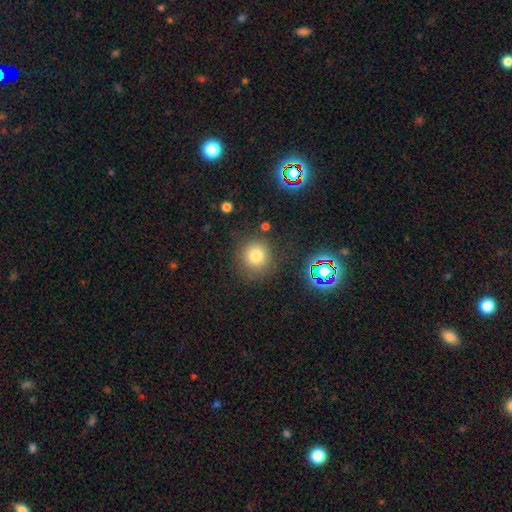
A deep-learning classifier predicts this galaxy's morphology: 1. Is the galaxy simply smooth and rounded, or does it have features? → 77% smooth, 15% star or artifact, 7% featured or disk.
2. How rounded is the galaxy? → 91% round, 8% in between, 1% cigar-shaped.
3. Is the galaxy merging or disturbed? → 82% none, 10% minor disturbance, 4% major disturbance, 3% merger.